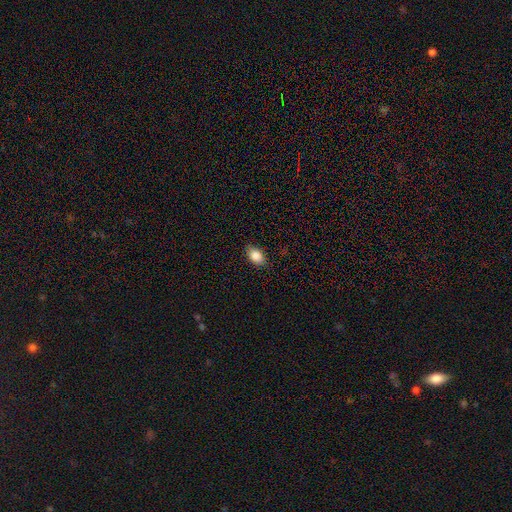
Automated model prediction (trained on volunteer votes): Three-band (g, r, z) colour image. It shows a smooth galaxy with no disk features (85%) that is in between round and cigar-shaped (85%). Merging: none (84%).